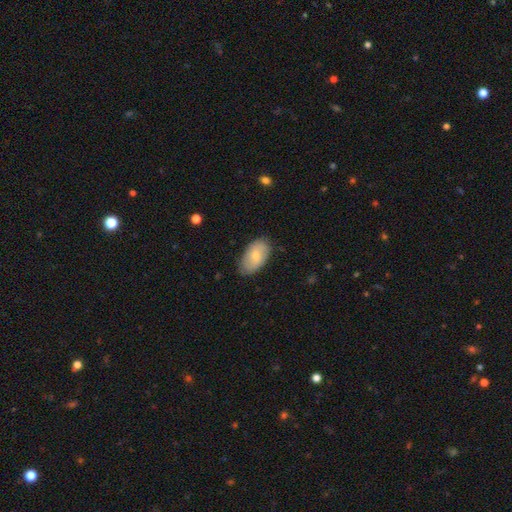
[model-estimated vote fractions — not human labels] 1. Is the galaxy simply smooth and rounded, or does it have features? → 70% smooth, 24% featured or disk, 6% star or artifact.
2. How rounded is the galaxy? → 94% in between, 5% round, 2% cigar-shaped.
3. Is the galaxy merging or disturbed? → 77% none, 19% minor disturbance, 3% major disturbance, 1% merger.